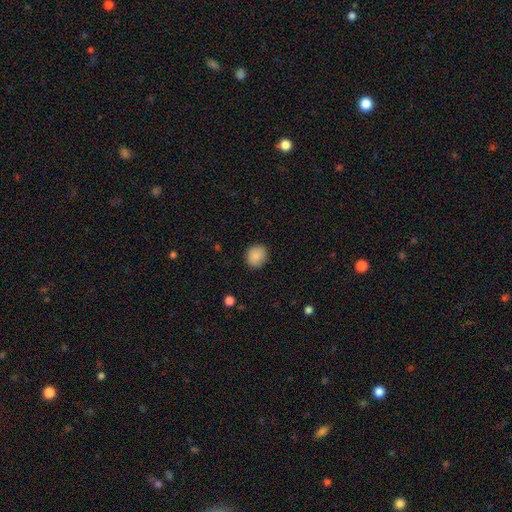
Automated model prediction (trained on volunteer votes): smooth_or_featured: smooth (p=0.88) [alt: star or artifact p=0.08]
how_rounded: round (p=0.75) [alt: in between p=0.24]
merging: none (p=0.88) [alt: minor disturbance p=0.09]